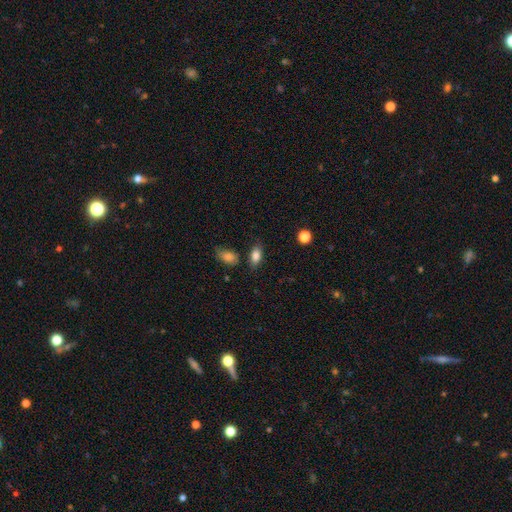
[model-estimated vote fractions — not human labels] The model was most divided on "merging": none: 76%, minor disturbance: 16%, merger: 5%, major disturbance: 4%. More confident: how rounded — in between (89%); smooth or featured — smooth (84%).